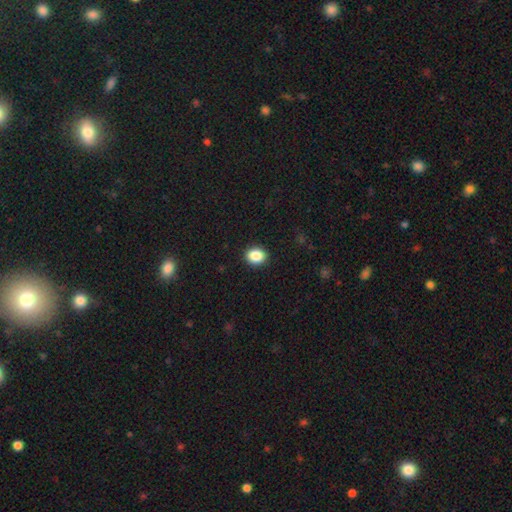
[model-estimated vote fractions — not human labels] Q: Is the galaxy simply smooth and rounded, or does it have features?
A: smooth — 88%.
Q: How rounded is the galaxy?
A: round — 61%.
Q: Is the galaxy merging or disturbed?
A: none — 91%.